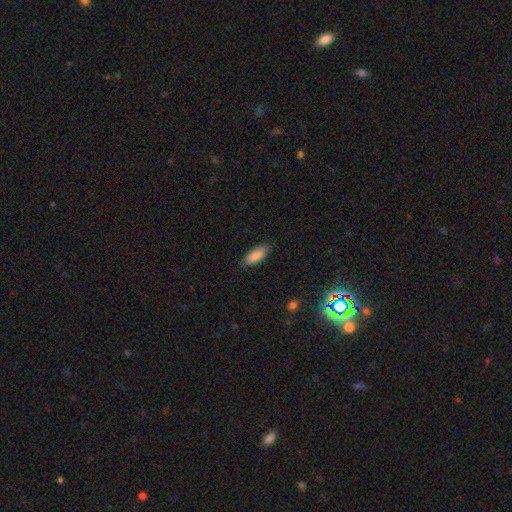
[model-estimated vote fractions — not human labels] smooth-or-featured: smooth: 87% | star or artifact: 7% | featured or disk: 7%
  how-rounded: in between: 76% | cigar-shaped: 22% | round: 2%
  merging: none: 86% | minor disturbance: 11% | major disturbance: 2% | merger: 1%